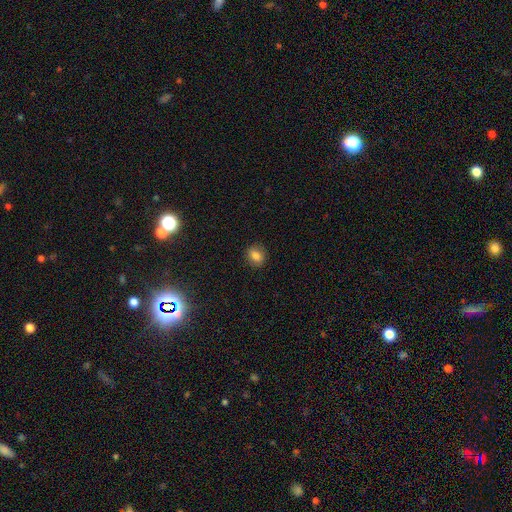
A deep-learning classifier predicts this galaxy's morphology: This appears to be a smooth galaxy with no disk features (80%) that is round (53%). Merging: none (86%).